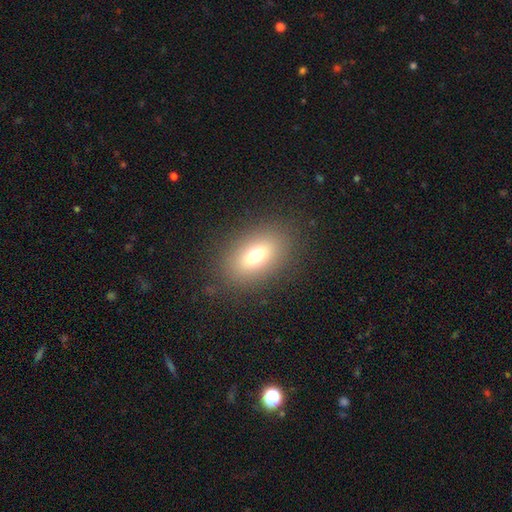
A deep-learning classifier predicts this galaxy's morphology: smooth_or_featured: smooth (p=0.70) [alt: featured or disk p=0.18]
how_rounded: in between (p=0.81) [alt: round p=0.14]
merging: none (p=0.85) [alt: minor disturbance p=0.09]